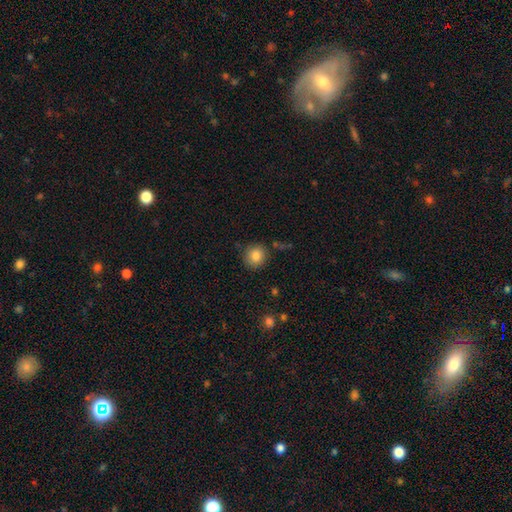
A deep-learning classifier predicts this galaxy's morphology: Smooth or featured? Predicted: smooth (p=0.84). How rounded? Predicted: round (p=0.84). Merging? Predicted: none (p=0.83).